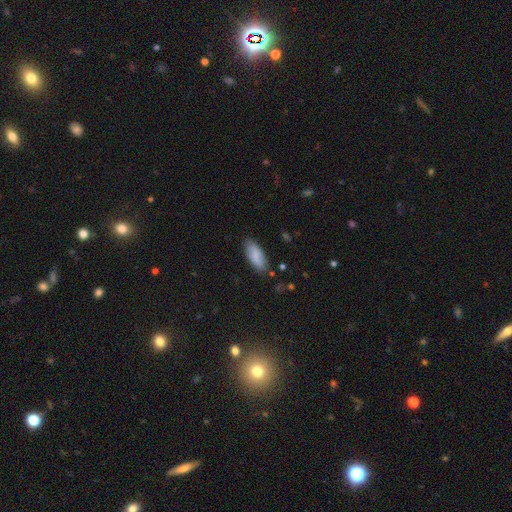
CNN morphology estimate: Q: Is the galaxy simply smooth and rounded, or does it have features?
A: smooth — 85%.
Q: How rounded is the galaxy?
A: in between — 80%.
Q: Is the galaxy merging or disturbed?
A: none — 81%.